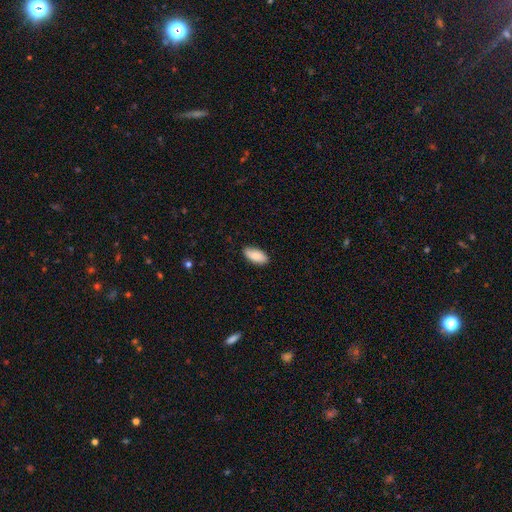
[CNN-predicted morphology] Smooth or featured: smooth — 85% (featured or disk — 9%)
How rounded: in between — 90% (cigar-shaped — 8%)
Merging: none — 86% (minor disturbance — 11%)